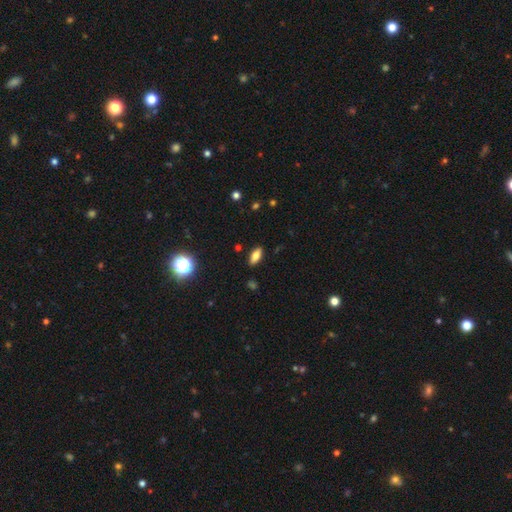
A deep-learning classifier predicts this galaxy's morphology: Smooth or featured?
  - smooth: 72% *
  - featured or disk: 17%
  - star or artifact: 10%
How rounded?
  - in between: 83% *
  - cigar-shaped: 14%
  - round: 4%
Merging?
  - none: 88% *
  - minor disturbance: 8%
  - major disturbance: 2%
  - merger: 1%